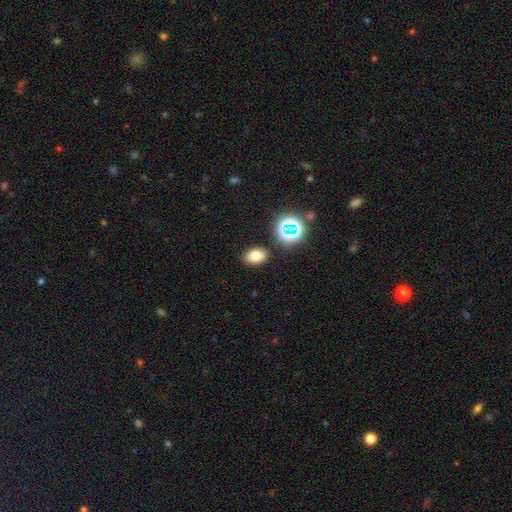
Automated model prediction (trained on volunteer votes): Smooth or featured?
  - smooth: 73% *
  - star or artifact: 17%
  - featured or disk: 10%
How rounded?
  - in between: 79% *
  - round: 20%
  - cigar-shaped: 1%
Merging?
  - none: 85% *
  - minor disturbance: 9%
  - merger: 3%
  - major disturbance: 3%